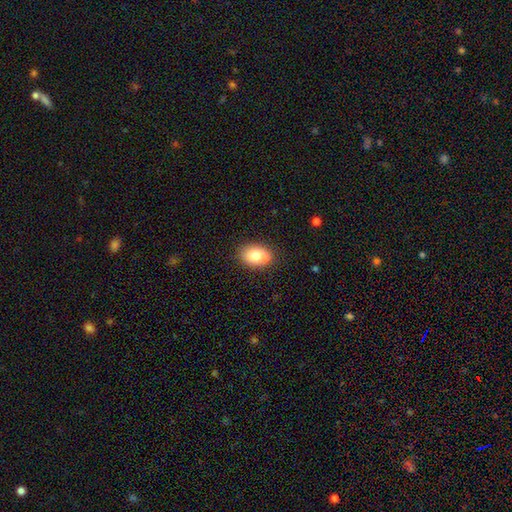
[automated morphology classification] This appears to be a smooth galaxy with no disk features (74%) that is in between round and cigar-shaped (74%). Merging: none (58%).